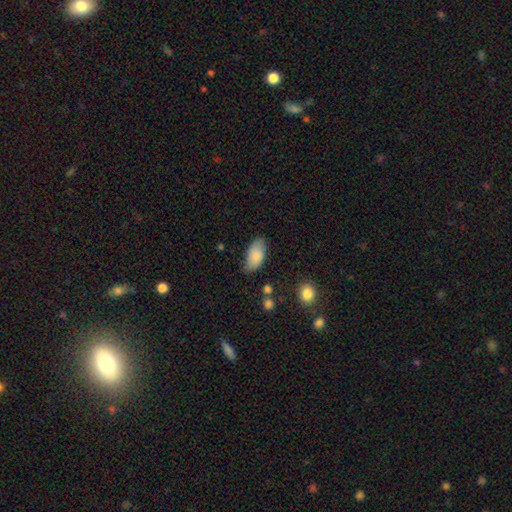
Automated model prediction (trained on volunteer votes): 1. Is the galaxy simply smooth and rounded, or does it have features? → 82% smooth, 12% featured or disk, 6% star or artifact.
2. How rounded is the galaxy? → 94% in between, 3% cigar-shaped, 2% round.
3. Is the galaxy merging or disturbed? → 69% none, 24% minor disturbance, 4% major disturbance, 2% merger.